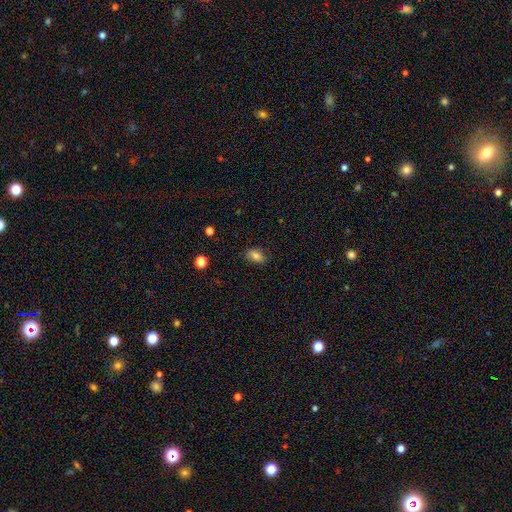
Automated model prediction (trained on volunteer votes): The model was most divided on "merging": none: 83%, minor disturbance: 13%, major disturbance: 3%, merger: 1%. More confident: how rounded — in between (86%); smooth or featured — smooth (81%).